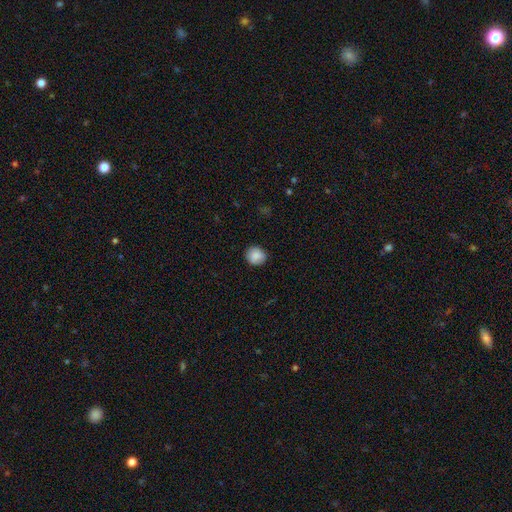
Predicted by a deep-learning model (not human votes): This appears to be a smooth galaxy with no disk features (86%) that is round (82%). Merging: none (85%).